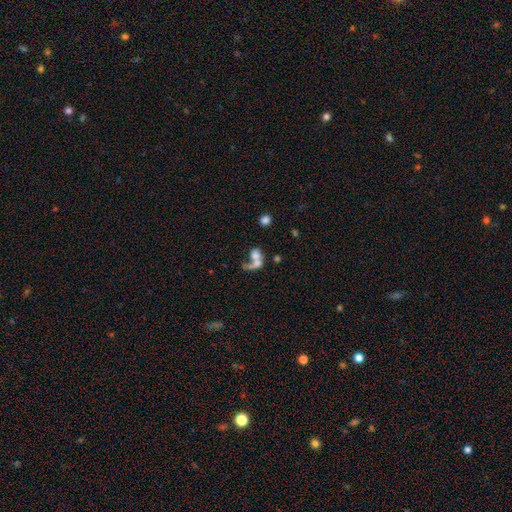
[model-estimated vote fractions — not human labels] smooth-or-featured: smooth: 54% | featured or disk: 33% | star or artifact: 13%
  how-rounded: in between: 58% | round: 38% | cigar-shaped: 4%
  merging: merger: 61% | none: 17% | major disturbance: 16% | minor disturbance: 7%